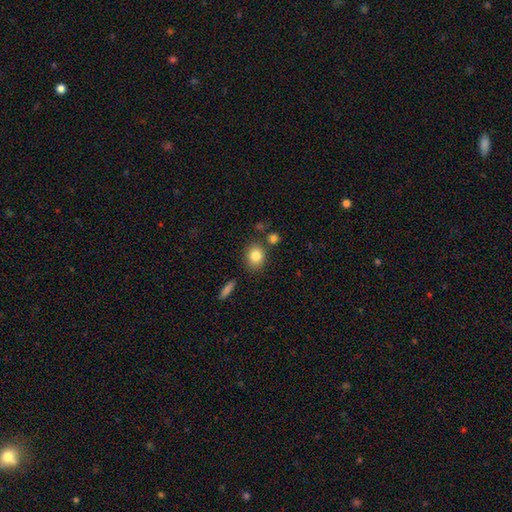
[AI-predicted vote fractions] Smooth or featured?
  - smooth: 83% *
  - star or artifact: 9%
  - featured or disk: 7%
How rounded?
  - round: 62% *
  - in between: 36%
  - cigar-shaped: 1%
Merging?
  - none: 79% *
  - minor disturbance: 11%
  - merger: 7%
  - major disturbance: 3%